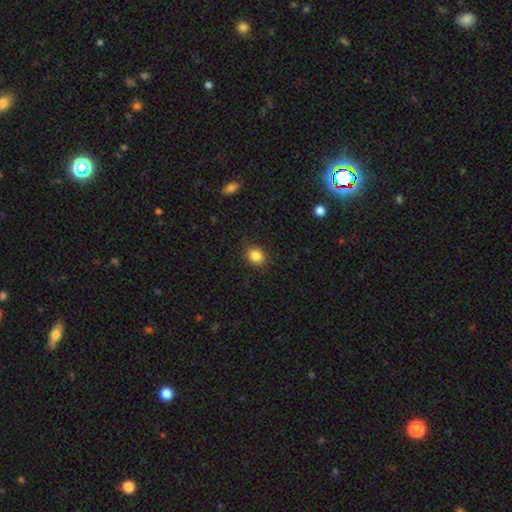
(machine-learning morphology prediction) smooth 86%, star or artifact 10%, featured or disk 4%. Down the decision tree: how rounded — round (62%); merging — none (87%).